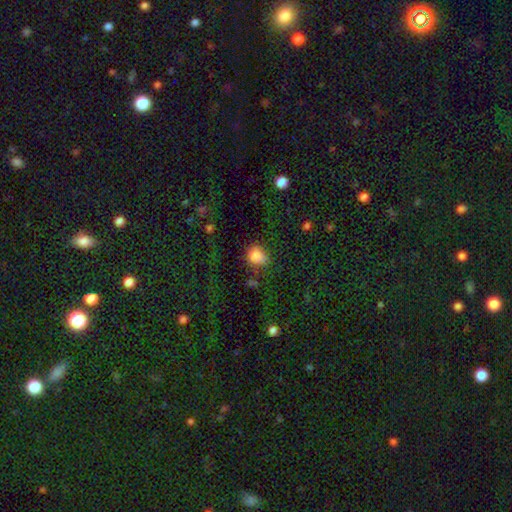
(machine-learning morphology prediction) smooth 82%, star or artifact 11%, featured or disk 6%. Down the decision tree: how rounded — round (51%); merging — none (56%).